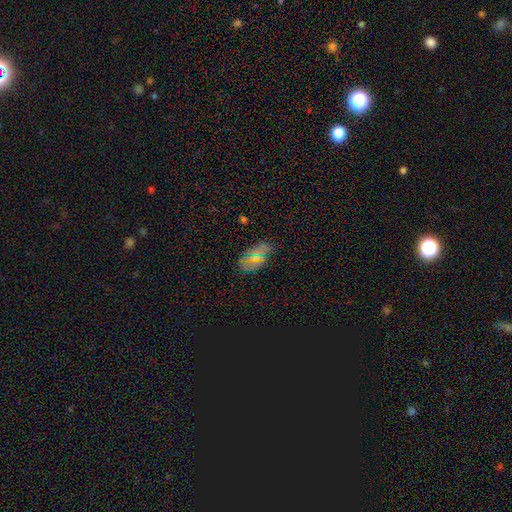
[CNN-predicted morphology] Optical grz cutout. It shows a smooth galaxy with no disk features (50%) that is in between round and cigar-shaped (89%). Merging: none (82%).